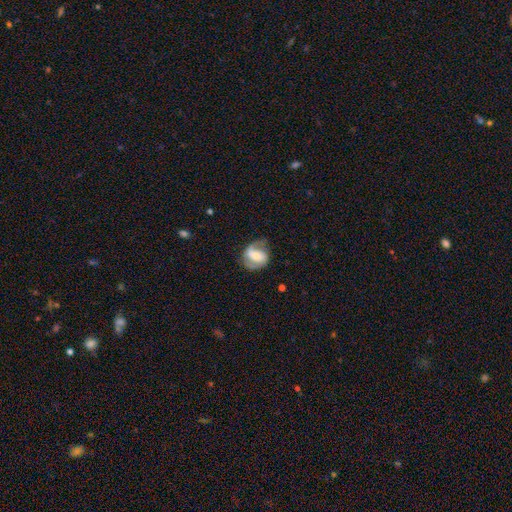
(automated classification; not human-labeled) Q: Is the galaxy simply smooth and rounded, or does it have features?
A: featured or disk — 67%.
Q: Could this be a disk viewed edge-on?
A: no — 97%.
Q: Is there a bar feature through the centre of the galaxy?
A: weak — 39%.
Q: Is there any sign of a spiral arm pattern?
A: yes — 86%.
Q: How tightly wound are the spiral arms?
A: medium — 45%.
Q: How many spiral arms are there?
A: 2 — 76%.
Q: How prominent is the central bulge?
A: small — 41%.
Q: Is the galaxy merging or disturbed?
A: none — 58%.